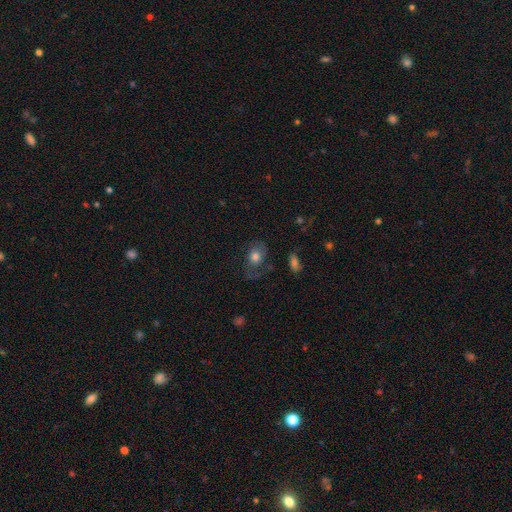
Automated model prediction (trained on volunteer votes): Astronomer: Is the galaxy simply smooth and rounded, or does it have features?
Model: smooth — 65%.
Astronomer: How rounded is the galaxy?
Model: in between — 64%.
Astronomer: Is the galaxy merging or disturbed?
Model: none — 50%.